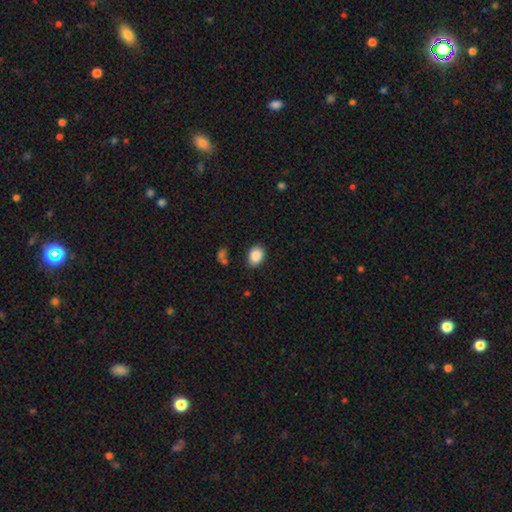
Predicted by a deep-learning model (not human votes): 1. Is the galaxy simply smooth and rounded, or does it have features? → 89% smooth, 8% star or artifact, 3% featured or disk.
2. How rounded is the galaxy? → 65% in between, 34% round, 1% cigar-shaped.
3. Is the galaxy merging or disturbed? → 85% none, 10% minor disturbance, 3% major disturbance, 2% merger.